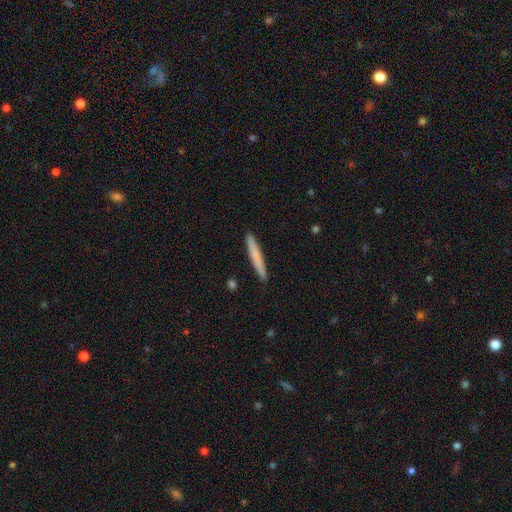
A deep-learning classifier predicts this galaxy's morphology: type=smooth (73%); roundness=cigar-shaped (96%); merging=none (91%).